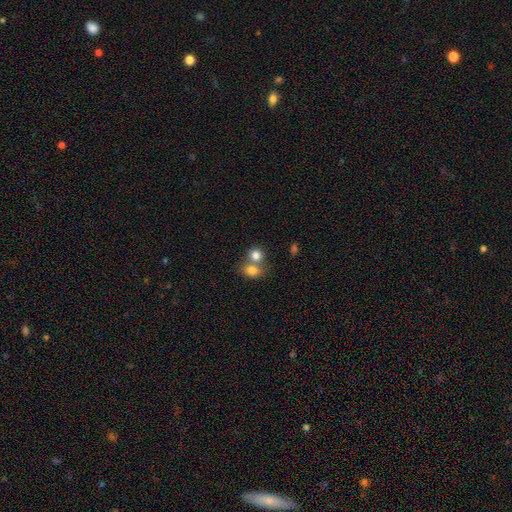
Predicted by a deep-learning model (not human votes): Smooth or featured?
  - smooth: 81% *
  - featured or disk: 10%
  - star or artifact: 9%
How rounded?
  - round: 71% *
  - in between: 28%
  - cigar-shaped: 1%
Merging?
  - merger: 55% *
  - none: 35%
  - minor disturbance: 7%
  - major disturbance: 3%